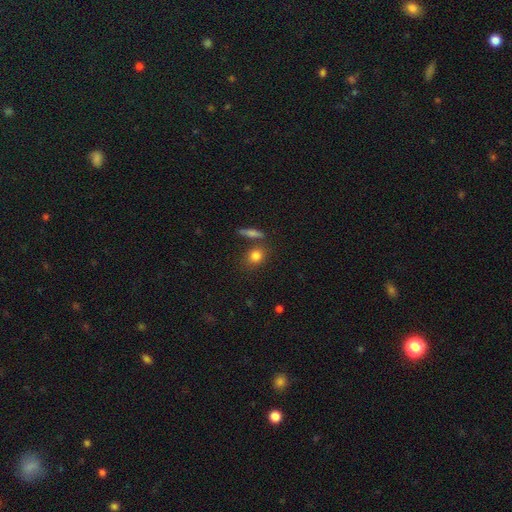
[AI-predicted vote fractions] The model was most divided on "how rounded": round: 57%, in between: 39%, cigar-shaped: 4%. More confident: smooth or featured — smooth (81%); merging — none (73%).